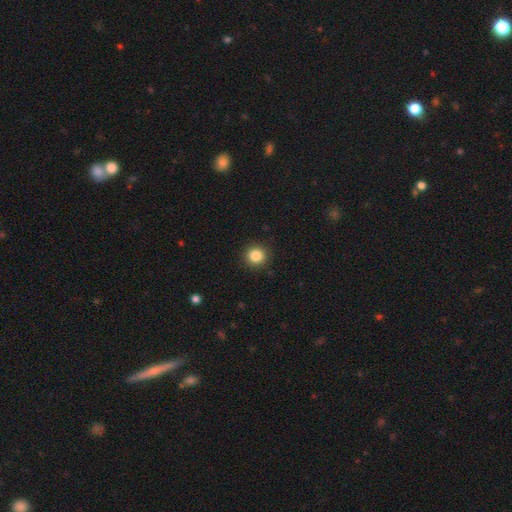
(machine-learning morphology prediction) This appears to be a smooth galaxy with no disk features (86%) that is round (92%). Merging: none (91%).